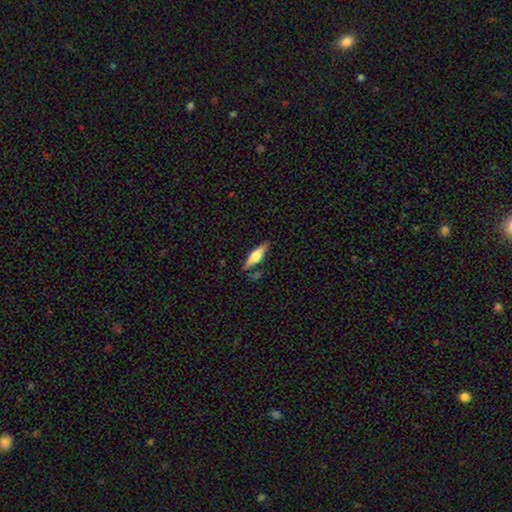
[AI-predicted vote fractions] Q: Smooth or featured?
A: smooth (48%); runner-up: featured or disk (46%)
Q: Merging?
A: none (81%); runner-up: minor disturbance (12%)